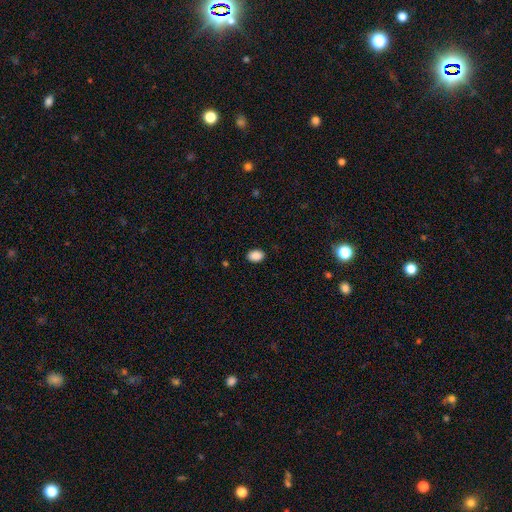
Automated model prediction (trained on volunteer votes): Smooth or featured: smooth — 89% (star or artifact — 8%)
How rounded: in between — 82% (round — 17%)
Merging: none — 89% (minor disturbance — 8%)